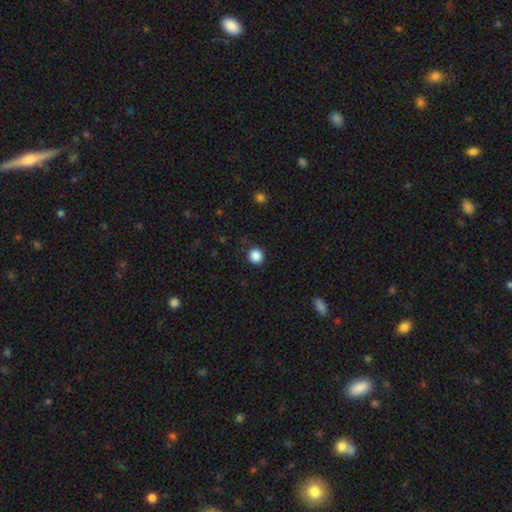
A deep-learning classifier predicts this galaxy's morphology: Overall: smooth (87%). How rounded: round (86%). Merging: none (88%).